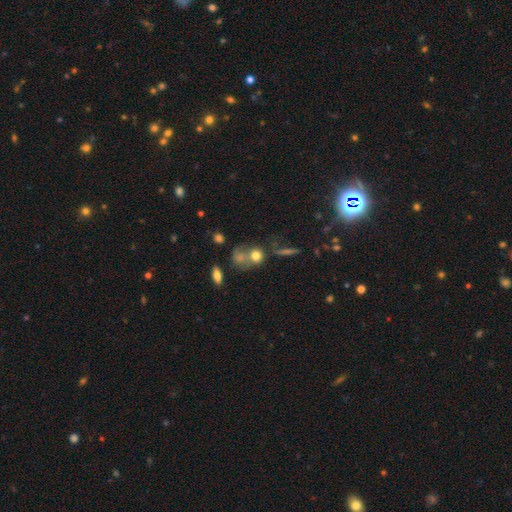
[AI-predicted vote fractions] smooth 69%, featured or disk 18%, star or artifact 13%. Down the decision tree: how rounded — round (69%); merging — merger (39%).